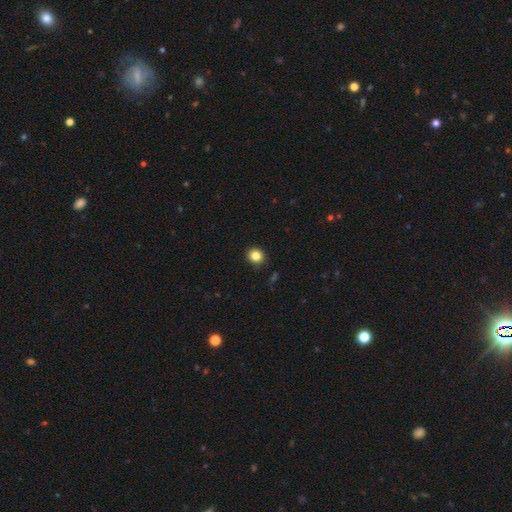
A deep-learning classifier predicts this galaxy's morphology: This is clearly a smooth galaxy (84%). How rounded: clearly round (87%). Merging: clearly none (90%).